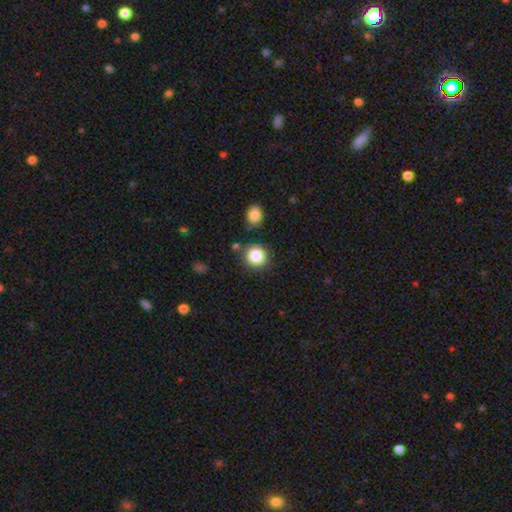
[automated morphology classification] type=smooth (86%); roundness=round (90%); merging=none (81%).